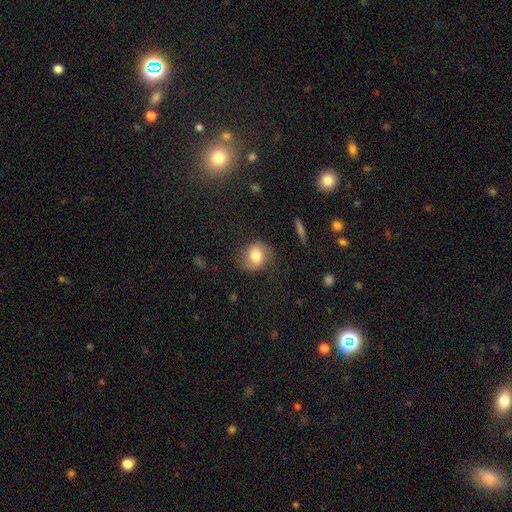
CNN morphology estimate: The model was most divided on "how rounded": round: 67%, in between: 32%, cigar-shaped: 1%. More confident: merging — none (75%); smooth or featured — smooth (68%).